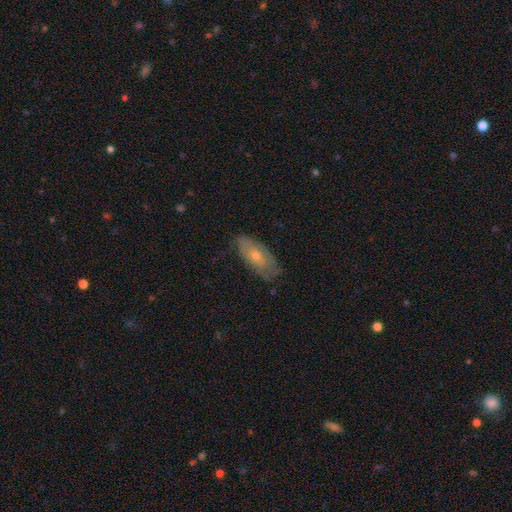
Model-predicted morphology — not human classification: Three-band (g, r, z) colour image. It shows a featured or disk galaxy (51%). Merging: none (72%).